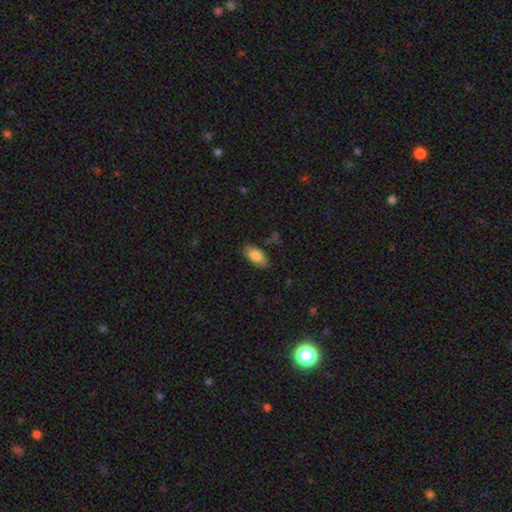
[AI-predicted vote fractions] A smooth galaxy with no disk features (82%) that is in between round and cigar-shaped (91%). Merging: none (84%).